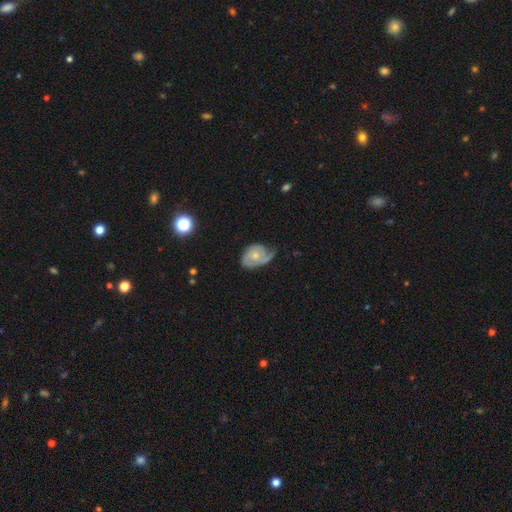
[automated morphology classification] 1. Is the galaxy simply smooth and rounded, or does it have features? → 69% featured or disk, 25% smooth, 6% star or artifact.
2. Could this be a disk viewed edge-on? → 97% no, 3% yes.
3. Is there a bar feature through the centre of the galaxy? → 78% no, 19% weak, 3% strong.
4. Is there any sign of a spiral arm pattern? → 89% yes, 11% no.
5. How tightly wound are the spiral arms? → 42% tight, 37% medium, 21% loose.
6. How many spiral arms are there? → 42% 2, 25% 1, 18% can't tell, 11% 3, 2% 4, 2% more than 4.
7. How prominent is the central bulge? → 53% small, 42% moderate, 2% none, 2% large, 1% dominant.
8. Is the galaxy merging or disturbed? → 44% none, 35% minor disturbance, 19% major disturbance, 2% merger.